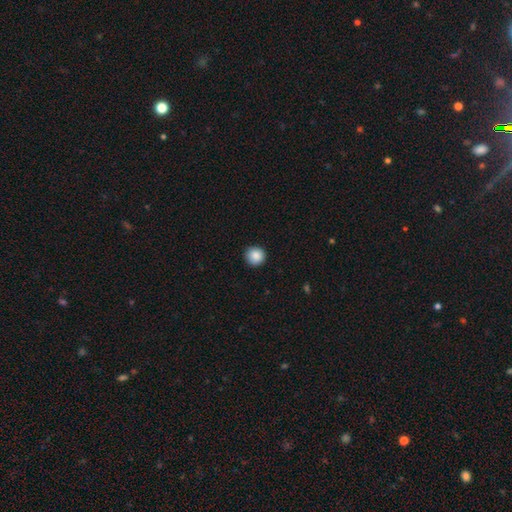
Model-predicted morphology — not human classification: Q: Smooth or featured?
A: smooth (88%); runner-up: star or artifact (8%)
Q: How rounded?
A: round (94%); runner-up: in between (5%)
Q: Merging?
A: none (92%); runner-up: minor disturbance (6%)